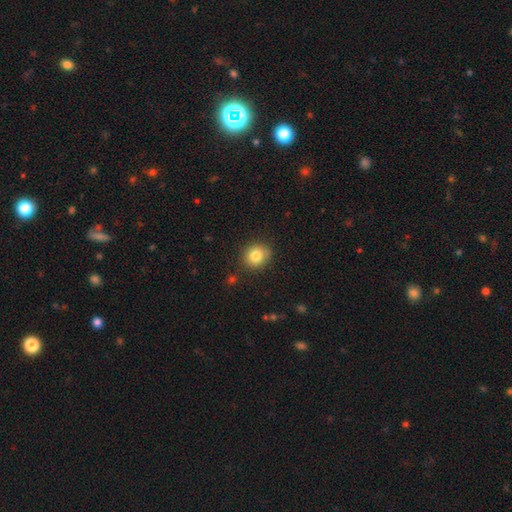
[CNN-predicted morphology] A smooth galaxy with no disk features (82%) that is round (79%).

Vote fractions:
- Smooth or featured? smooth: 82% / star or artifact: 10% / featured or disk: 8%
- How rounded? round: 79% / in between: 20% / cigar-shaped: 1%
- Merging? none: 83% / minor disturbance: 12% / major disturbance: 3% / merger: 2%